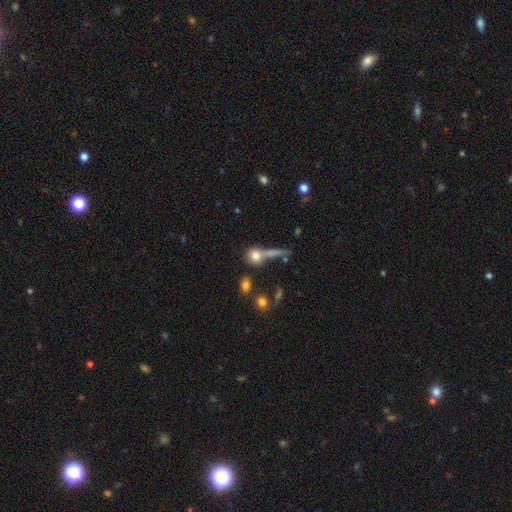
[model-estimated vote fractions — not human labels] Smooth or featured? Predicted: smooth (p=0.73). How rounded? Predicted: round (p=0.69). Merging? Predicted: none (p=0.51).